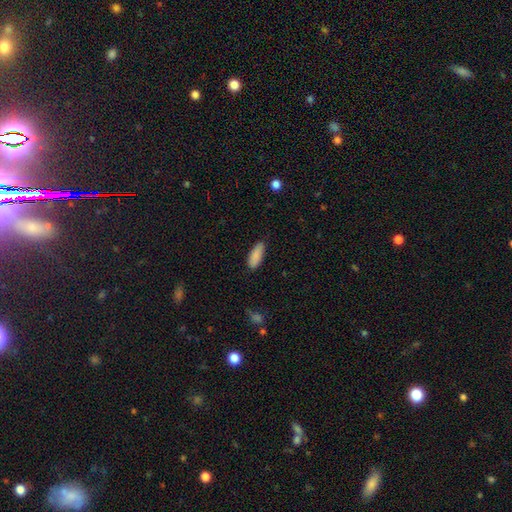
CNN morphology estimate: Smooth or featured? smooth (88%)
How rounded? in between (71%)
Merging? none (82%)